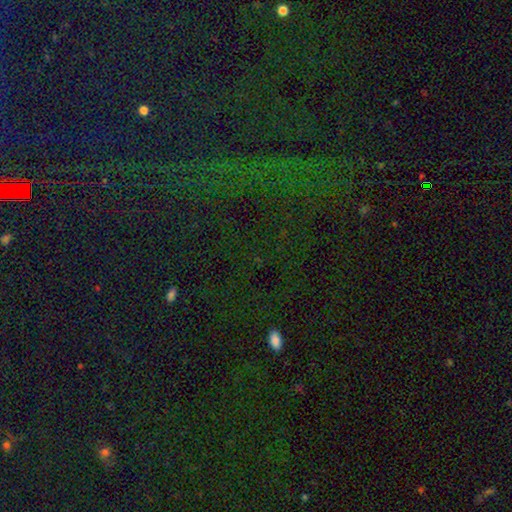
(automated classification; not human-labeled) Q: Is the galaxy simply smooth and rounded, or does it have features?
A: star or artifact — 79%.